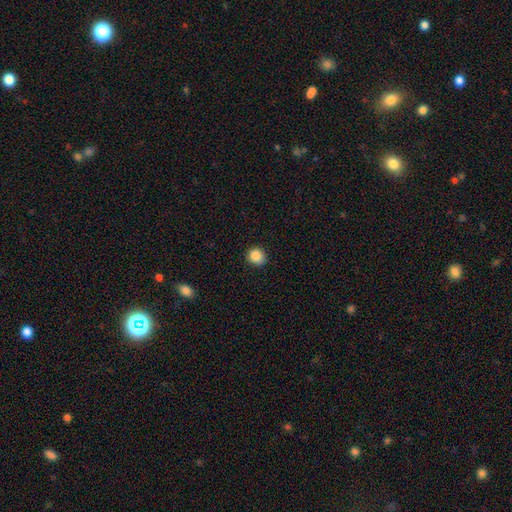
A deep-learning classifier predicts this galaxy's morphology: type=smooth (87%); roundness=round (80%); merging=none (88%).